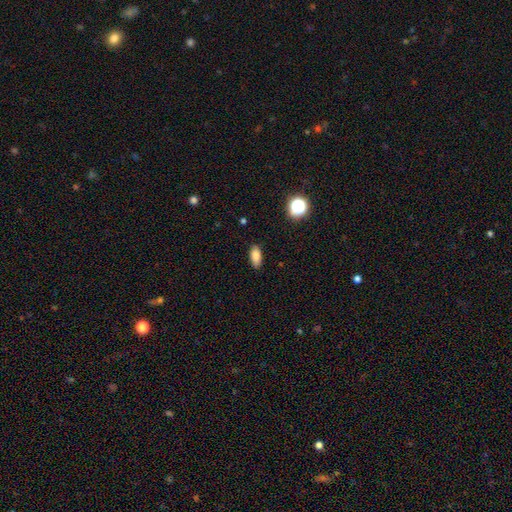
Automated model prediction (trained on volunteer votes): Smooth or featured? Predicted: smooth (p=0.85). How rounded? Predicted: in between (p=0.86). Merging? Predicted: none (p=0.88).